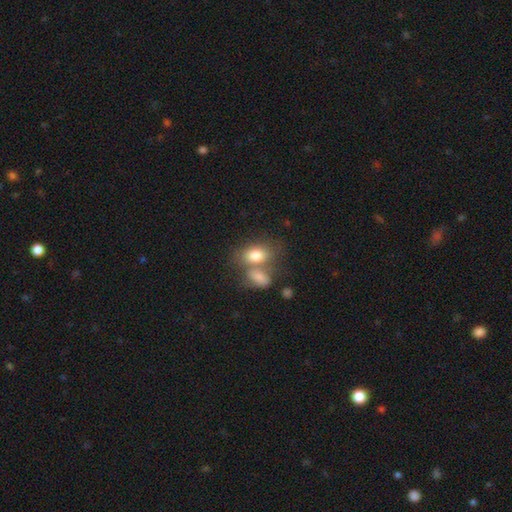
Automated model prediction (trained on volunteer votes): smooth 80%, featured or disk 12%, star or artifact 8%. Down the decision tree: how rounded — in between (84%); merging — merger (49%).